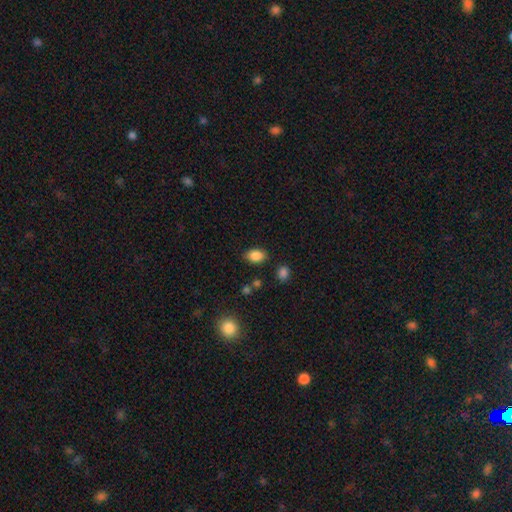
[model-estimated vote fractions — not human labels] Overall: smooth (87%). How rounded: in between (84%). Merging: none (82%).